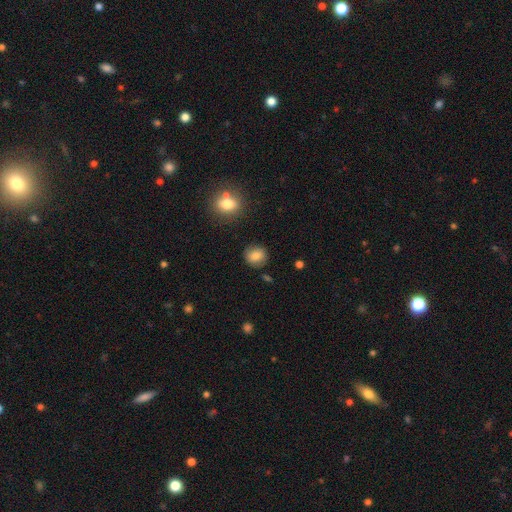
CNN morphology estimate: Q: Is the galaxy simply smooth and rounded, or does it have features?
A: smooth — 82%.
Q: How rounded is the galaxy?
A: round — 78%.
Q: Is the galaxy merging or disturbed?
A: none — 84%.